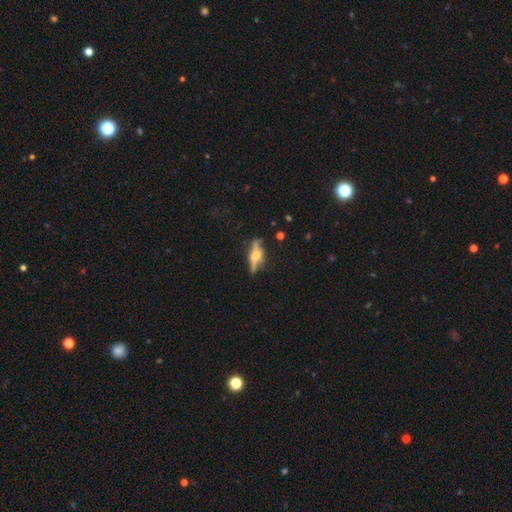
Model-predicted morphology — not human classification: featured or disk 66%, smooth 24%, star or artifact 9%. Down the decision tree: edge-on disk — yes (89%); edge-on bulge — rounded (81%); merging — none (70%).